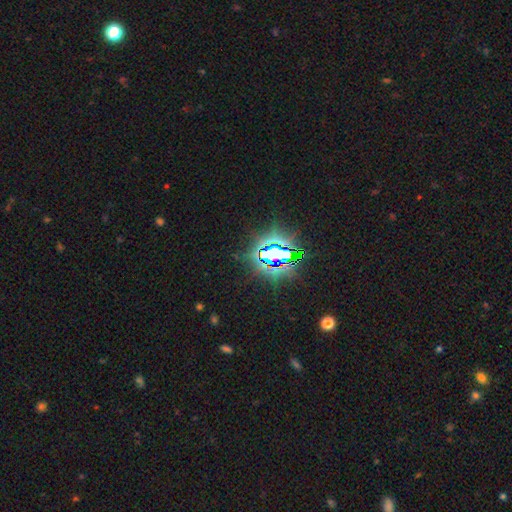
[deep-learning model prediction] smooth-or-featured: star or artifact: 79% | smooth: 11% | featured or disk: 9%